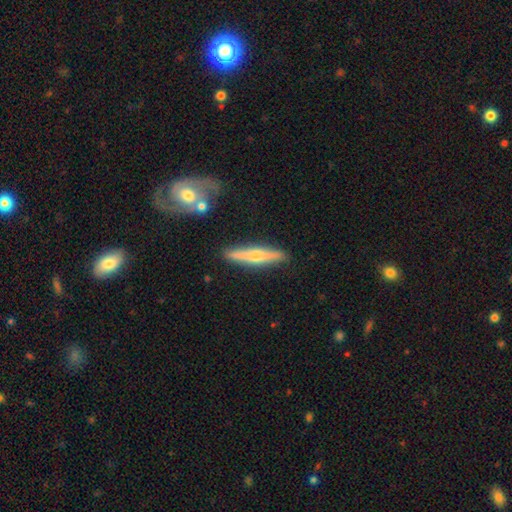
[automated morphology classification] A featured or disk galaxy (61%) viewed edge-on (95%) with a rounded central bulge (89%). Merging: none (88%).